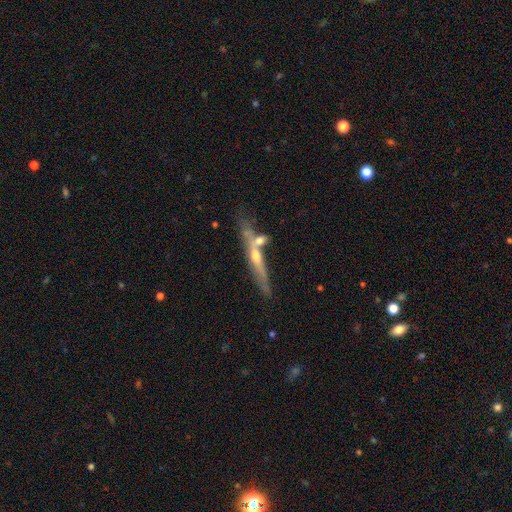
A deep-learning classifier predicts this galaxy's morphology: smooth-or-featured: featured or disk: 70% | smooth: 23% | star or artifact: 7%
  disk-edge-on: yes: 90% | no: 10%
    edge-on-bulge: rounded: 79% | none: 17% | boxy: 4%
  merging: none: 64% | merger: 17% | minor disturbance: 15% | major disturbance: 5%